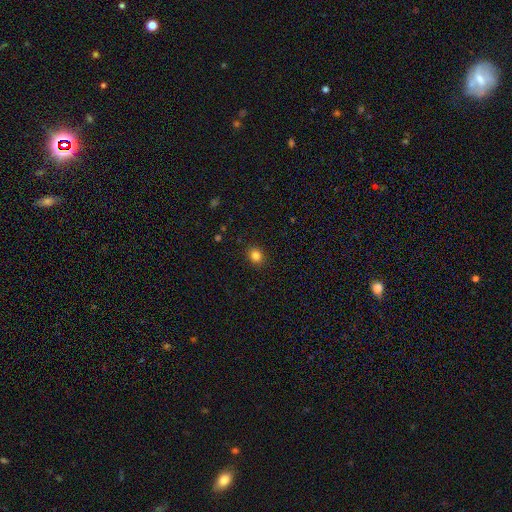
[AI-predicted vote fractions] This appears to be a smooth galaxy with no disk features (83%) that is round (71%). Merging: none (91%).